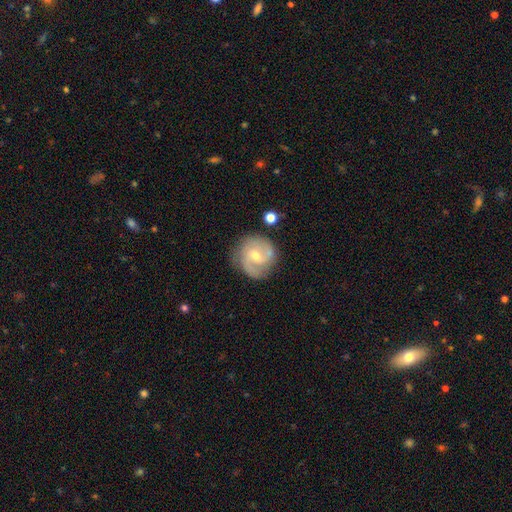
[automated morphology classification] Overall: featured or disk (78%). Edge-on disk: no (98%). Bar: weak (48%; no 40%). Spiral arms: yes (93%). Spiral arm count: 2 (66%). Spiral winding: medium (46%; tight 34%). Bulge size: small (49%; moderate 48%). Merging: none (75%).